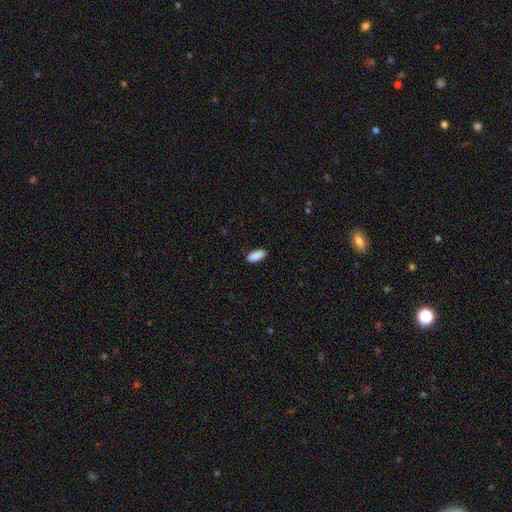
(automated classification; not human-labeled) Morphology: type=smooth (90%); roundness=in between (87%); merging=none (87%).